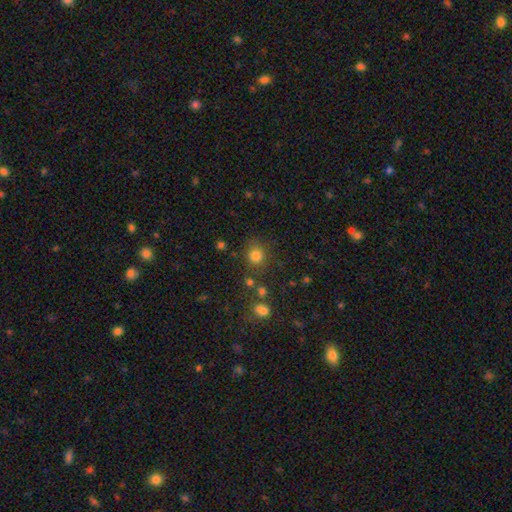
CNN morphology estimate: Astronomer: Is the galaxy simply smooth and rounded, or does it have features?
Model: smooth — 80%.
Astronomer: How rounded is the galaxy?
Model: round — 84%.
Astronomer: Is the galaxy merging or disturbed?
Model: none — 78%.